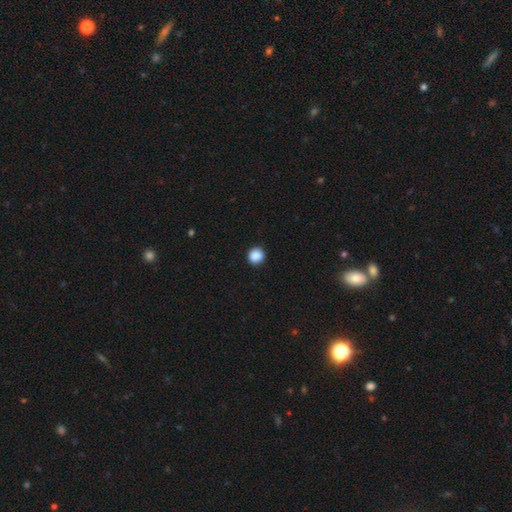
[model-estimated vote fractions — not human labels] This is clearly a smooth galaxy (88%). How rounded: clearly round (91%). Merging: clearly none (91%).